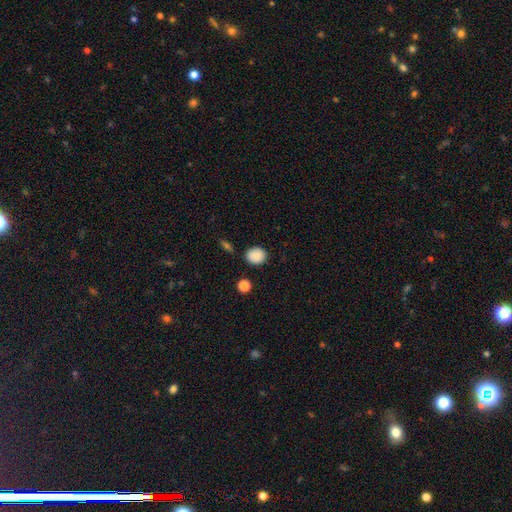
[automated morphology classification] smooth-or-featured: smooth: 88% | star or artifact: 8% | featured or disk: 4%
  how-rounded: round: 66% | in between: 33% | cigar-shaped: 1%
  merging: none: 84% | minor disturbance: 10% | merger: 3% | major disturbance: 3%